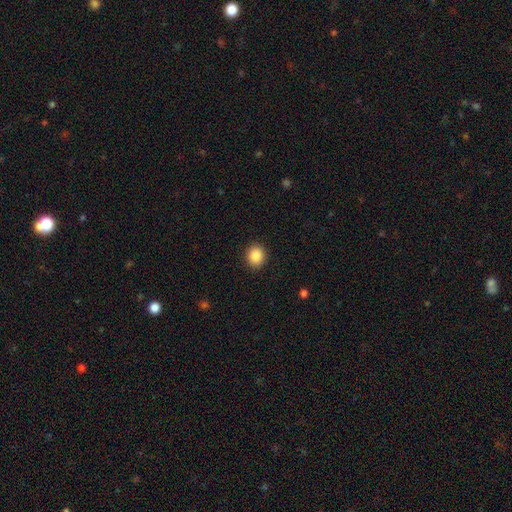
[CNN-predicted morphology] Smooth or featured? smooth (88%)
How rounded? round (74%)
Merging? none (91%)